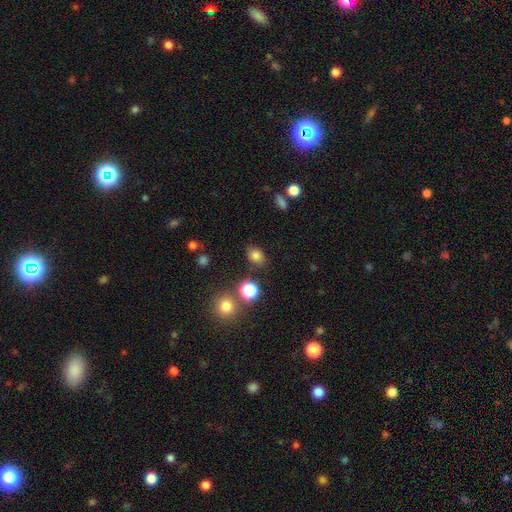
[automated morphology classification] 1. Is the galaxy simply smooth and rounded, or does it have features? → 79% smooth, 14% star or artifact, 7% featured or disk.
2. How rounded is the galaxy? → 64% in between, 35% round, 1% cigar-shaped.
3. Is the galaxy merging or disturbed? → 80% none, 12% minor disturbance, 4% merger, 4% major disturbance.